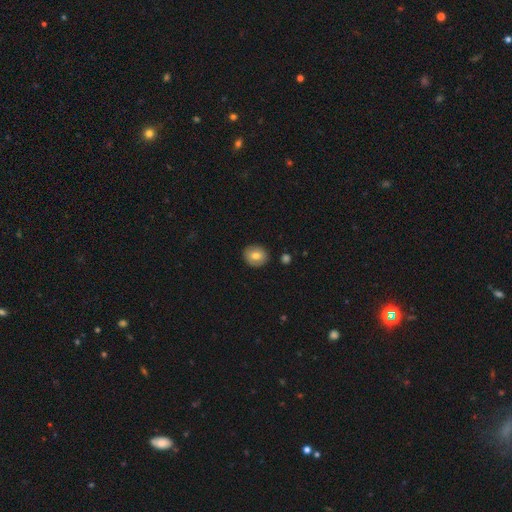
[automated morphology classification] Smooth or featured?
  - smooth: 75% *
  - featured or disk: 17%
  - star or artifact: 8%
How rounded?
  - round: 75% *
  - in between: 24%
  - cigar-shaped: 1%
Merging?
  - none: 88% *
  - minor disturbance: 8%
  - merger: 2%
  - major disturbance: 2%